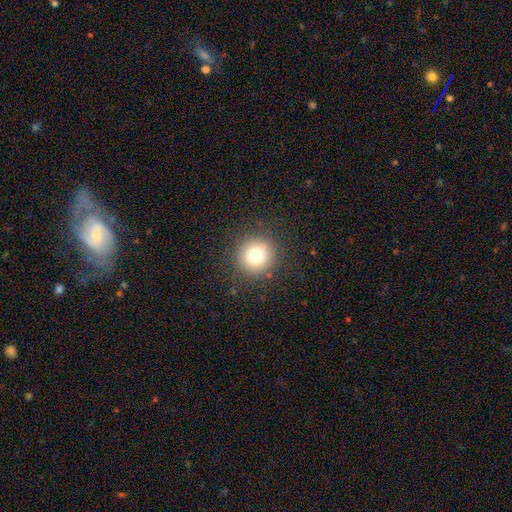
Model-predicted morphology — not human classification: type=smooth (76%); roundness=round (94%); merging=none (89%).